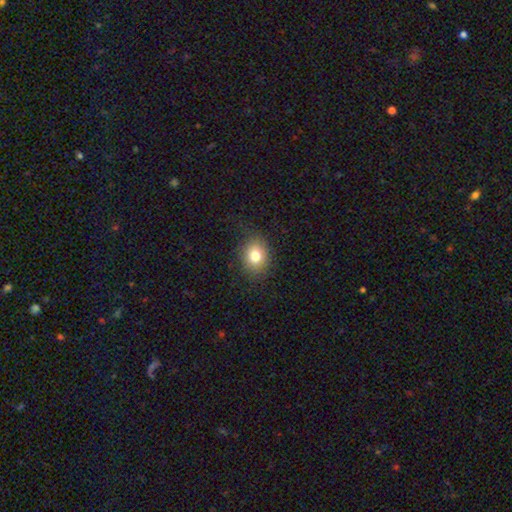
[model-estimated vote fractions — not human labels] Smooth or featured?
  - smooth: 78% *
  - star or artifact: 12%
  - featured or disk: 10%
How rounded?
  - round: 52% *
  - in between: 47%
  - cigar-shaped: 1%
Merging?
  - none: 84% *
  - minor disturbance: 11%
  - major disturbance: 4%
  - merger: 1%